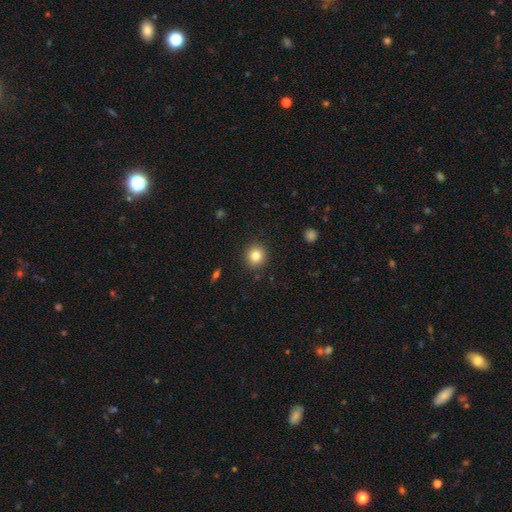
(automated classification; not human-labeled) A smooth galaxy with no disk features (82%) that is round (92%).

Vote fractions:
- Smooth or featured? smooth: 82% / star or artifact: 11% / featured or disk: 7%
- How rounded? round: 92% / in between: 7% / cigar-shaped: 1%
- Merging? none: 91% / minor disturbance: 6% / major disturbance: 2% / merger: 1%